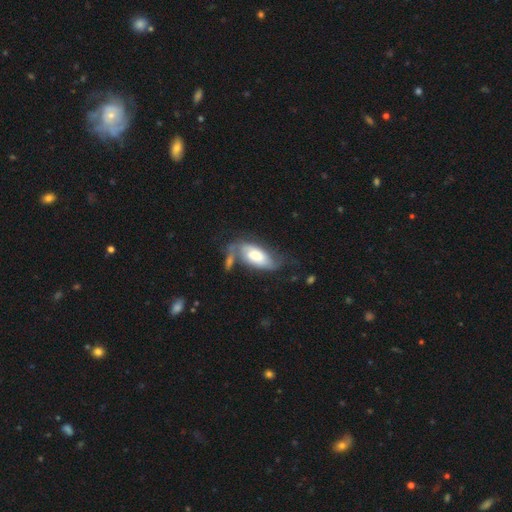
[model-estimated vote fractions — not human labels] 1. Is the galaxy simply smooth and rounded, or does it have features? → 47% featured or disk (tied), 47% smooth (tied), 6% star or artifact.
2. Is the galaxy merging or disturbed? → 37% none, 26% minor disturbance, 21% major disturbance, 16% merger.